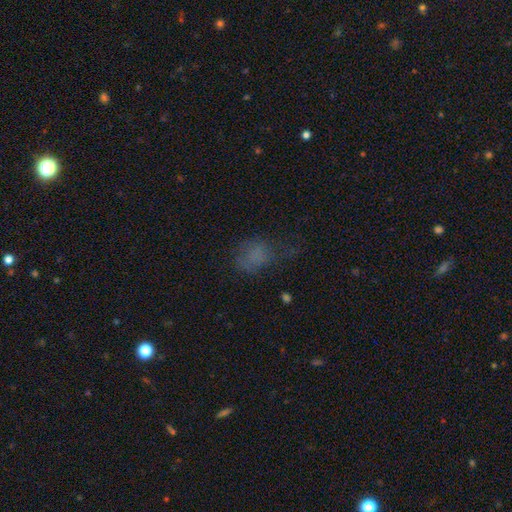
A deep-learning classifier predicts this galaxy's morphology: Smooth or featured? smooth (60%)
How rounded? in between (66%)
Merging? none (39%)